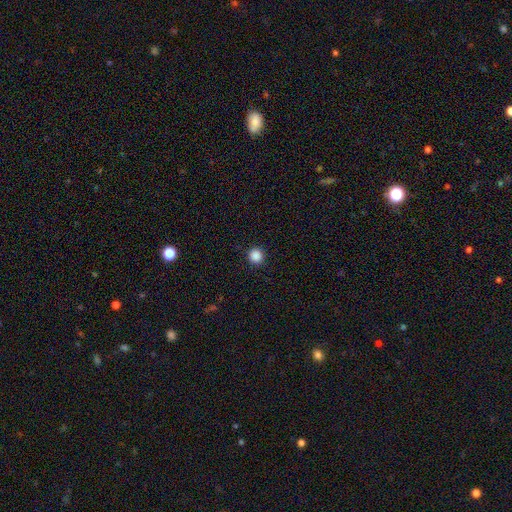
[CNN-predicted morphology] smooth 87%, star or artifact 10%, featured or disk 2%. Down the decision tree: how rounded — round (92%); merging — none (92%).